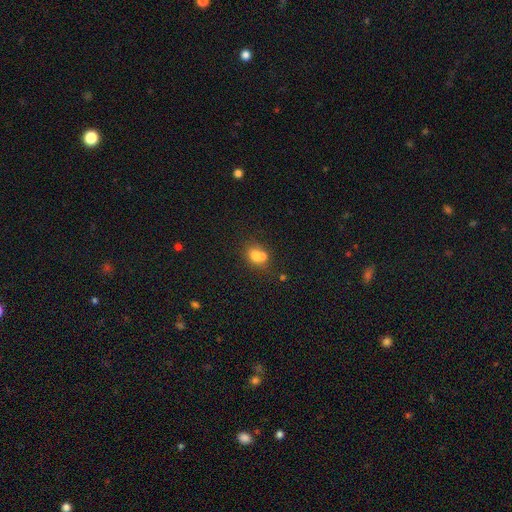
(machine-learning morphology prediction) Smooth or featured? Predicted: smooth (p=0.69). How rounded? Predicted: round (p=0.67). Merging? Predicted: merger (p=0.57).